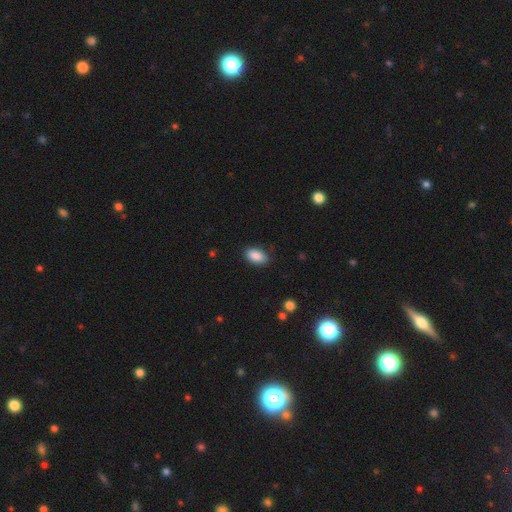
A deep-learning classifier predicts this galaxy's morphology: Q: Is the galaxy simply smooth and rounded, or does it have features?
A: smooth — 89%.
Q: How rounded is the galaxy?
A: in between — 93%.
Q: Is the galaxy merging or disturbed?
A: none — 86%.